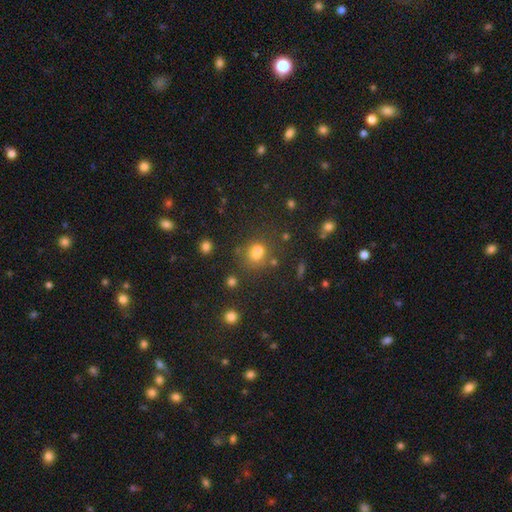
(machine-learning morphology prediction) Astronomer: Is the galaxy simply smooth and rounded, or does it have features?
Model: smooth — 69%.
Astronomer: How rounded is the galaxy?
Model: round — 61% (runner-up: in between, 38%).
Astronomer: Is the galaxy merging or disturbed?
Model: none — 54%.